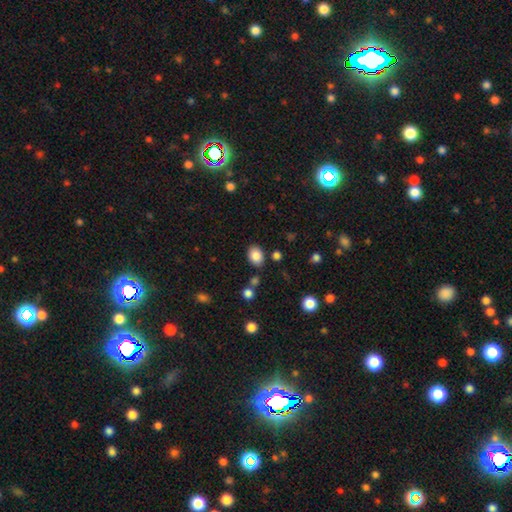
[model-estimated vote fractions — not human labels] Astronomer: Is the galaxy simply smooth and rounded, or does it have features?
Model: smooth — 86%.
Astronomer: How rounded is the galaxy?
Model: in between — 72%.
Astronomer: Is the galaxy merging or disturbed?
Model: none — 81%.